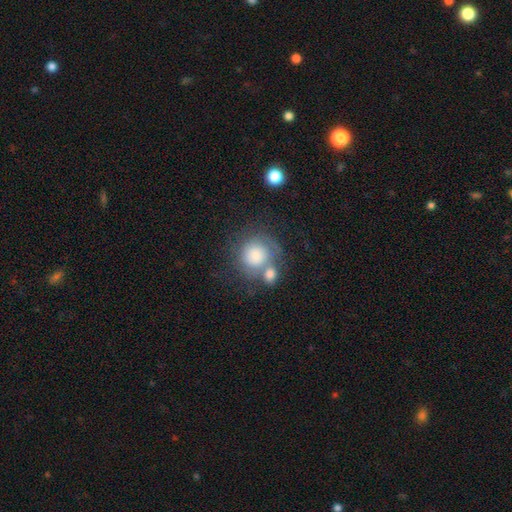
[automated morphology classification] This is likely a smooth galaxy (69%). How rounded: clearly round (84%). Merging: marginally none (38%).